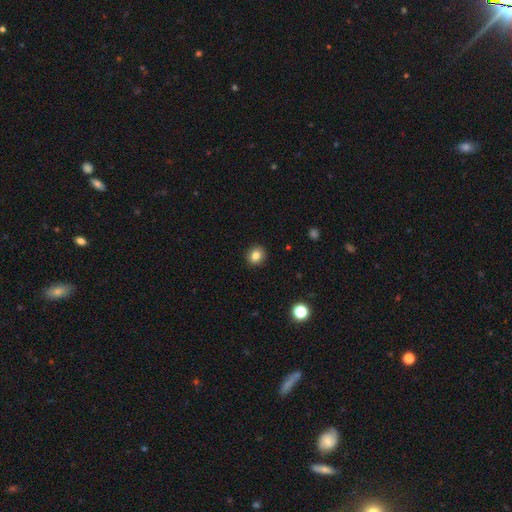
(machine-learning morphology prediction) Smooth or featured: smooth — 83% (star or artifact — 11%)
How rounded: round — 81% (in between — 18%)
Merging: none — 91% (minor disturbance — 6%)